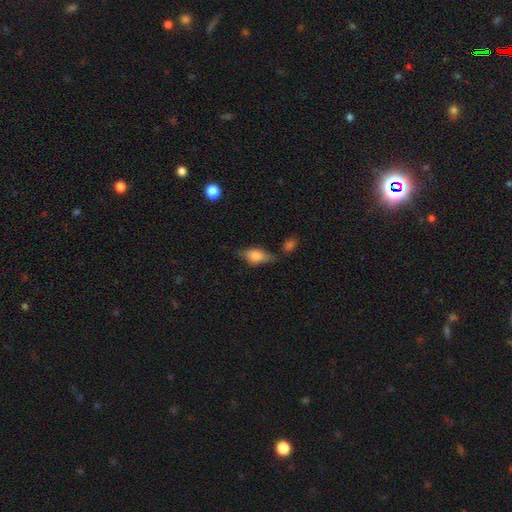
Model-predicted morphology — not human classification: Smooth or featured? Predicted: smooth (p=0.70). How rounded? Predicted: in between (p=0.83). Merging? Predicted: none (p=0.56).